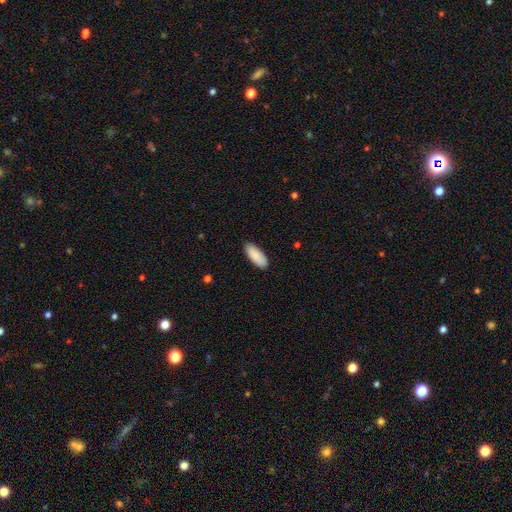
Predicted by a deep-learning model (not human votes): This appears to be a smooth galaxy with no disk features (91%) that is in between round and cigar-shaped (83%). Merging: none (88%).